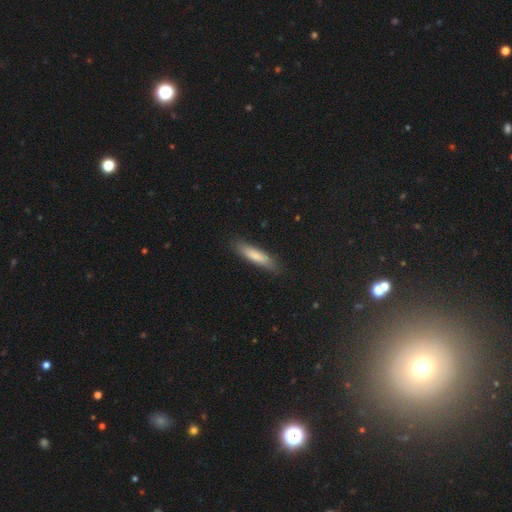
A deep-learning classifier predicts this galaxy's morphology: Smooth or featured? Predicted: smooth (p=0.81). How rounded? Predicted: cigar-shaped (p=0.78). Merging? Predicted: none (p=0.85).